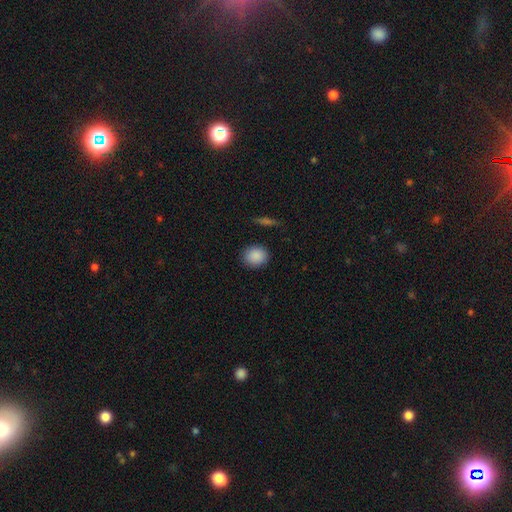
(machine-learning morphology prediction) type=smooth (89%); roundness=round (70%); merging=none (88%).